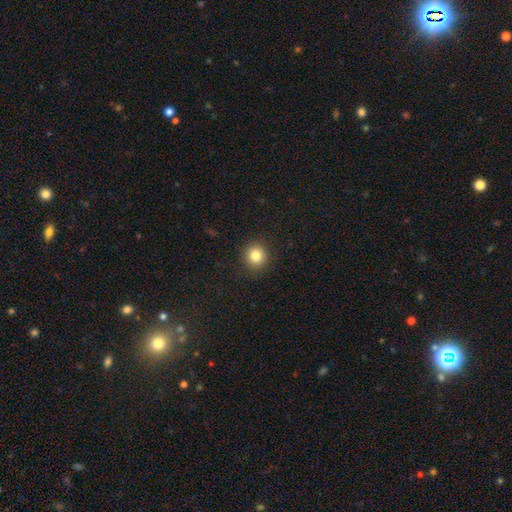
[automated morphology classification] smooth-or-featured: smooth: 83% | star or artifact: 11% | featured or disk: 6%
  how-rounded: round: 92% | in between: 7% | cigar-shaped: 1%
  merging: none: 91% | minor disturbance: 6% | major disturbance: 2% | merger: 1%